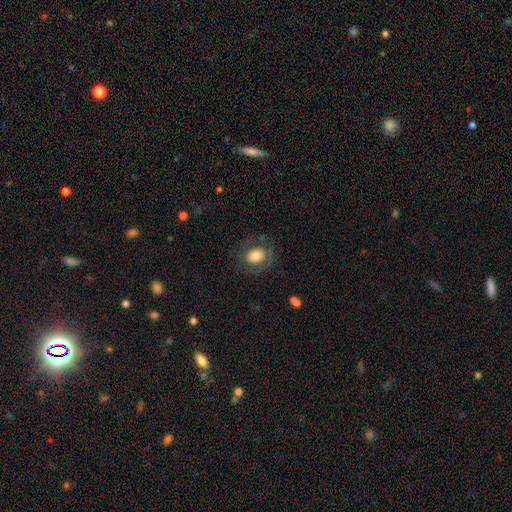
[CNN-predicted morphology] This is possibly a smooth galaxy (57%). How rounded: possibly in between (55%). Merging: likely none (68%).